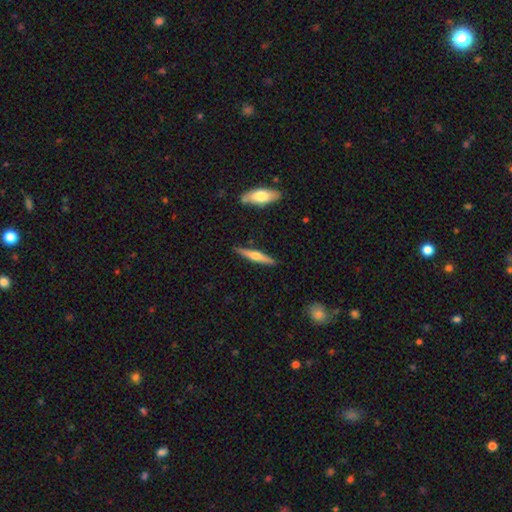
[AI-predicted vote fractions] This appears to be a featured or disk galaxy (56%) viewed edge-on (96%) with a rounded central bulge (88%). Merging: none (88%).